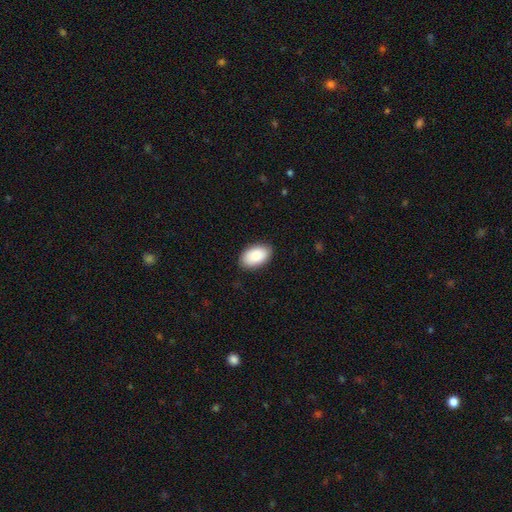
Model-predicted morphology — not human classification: type=smooth (88%); roundness=in between (94%); merging=none (87%).